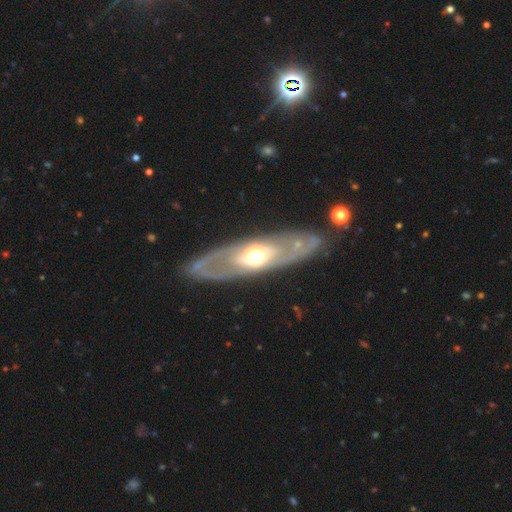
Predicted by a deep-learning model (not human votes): A featured or disk galaxy (74%) with no bar (76%), no spiral arms (59%) and a moderate central bulge (68%). Merging: none (81%).